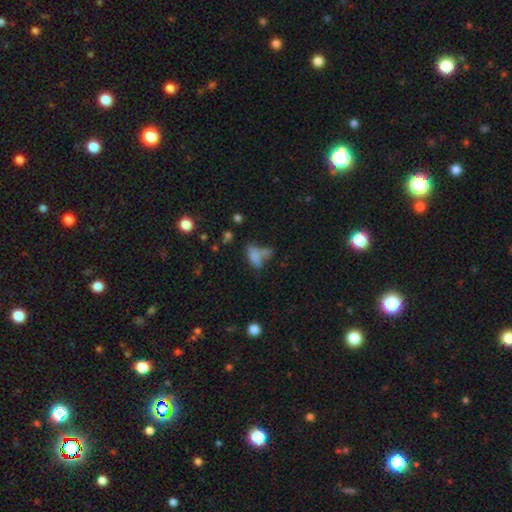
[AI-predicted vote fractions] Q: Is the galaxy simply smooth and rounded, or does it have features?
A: smooth — 73%.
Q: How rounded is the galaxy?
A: in between — 77%.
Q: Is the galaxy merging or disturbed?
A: none — 37%.